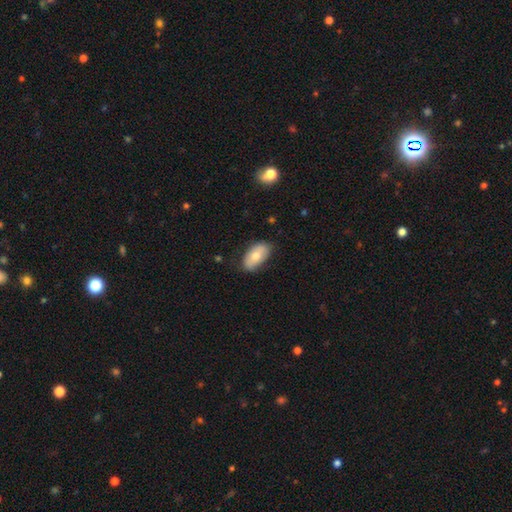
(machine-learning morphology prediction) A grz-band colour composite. It shows a smooth galaxy with no disk features (70%) that is in between round and cigar-shaped (93%). Merging: none (76%).